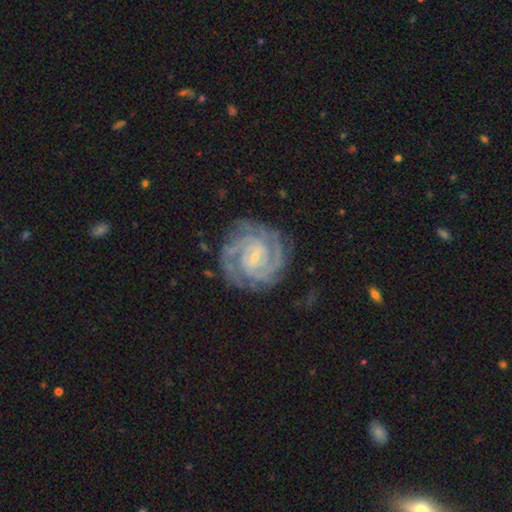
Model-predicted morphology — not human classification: The model was most divided on "bar": weak: 43%, no: 38%, strong: 18%. Remaining: spiral arms — yes (98%); edge-on disk — no (98%); smooth or featured — featured or disk (91%); bulge size — small (82%); merging — none (80%); spiral winding — tight (79%); spiral arm count — 2 (35%).